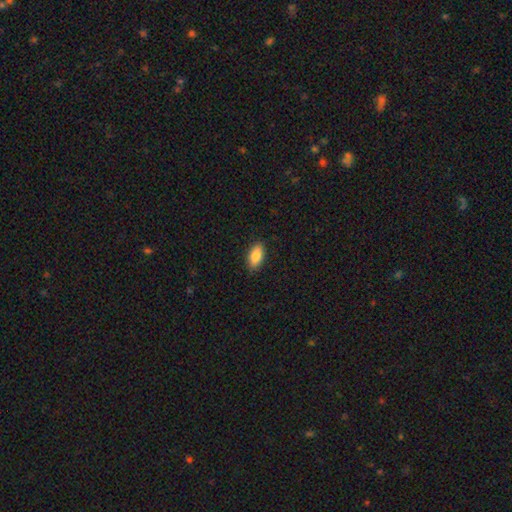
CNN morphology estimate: Smooth or featured? Predicted: smooth (p=0.87). How rounded? Predicted: in between (p=0.91). Merging? Predicted: none (p=0.87).